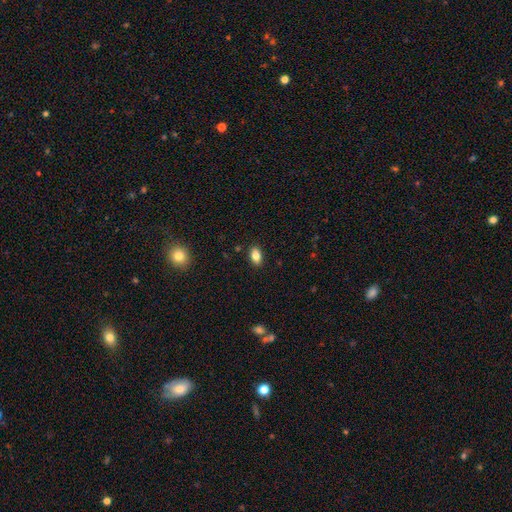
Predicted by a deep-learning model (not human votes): Smooth or featured? smooth (82%)
How rounded? in between (88%)
Merging? none (89%)